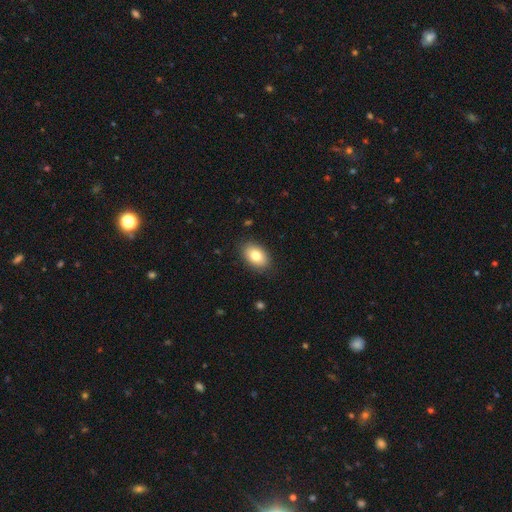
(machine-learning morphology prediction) The model was most divided on "smooth or featured": smooth: 81%, featured or disk: 12%, star or artifact: 8%. More confident: merging — none (87%); how rounded — in between (86%).